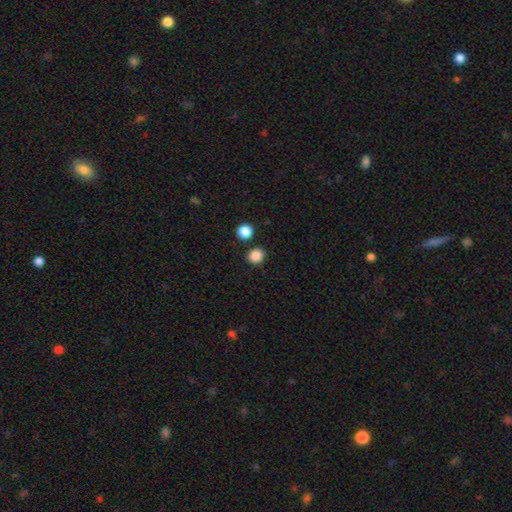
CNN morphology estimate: Smooth or featured: smooth — 86% (star or artifact — 11%)
How rounded: round — 85% (in between — 14%)
Merging: none — 85% (minor disturbance — 7%)